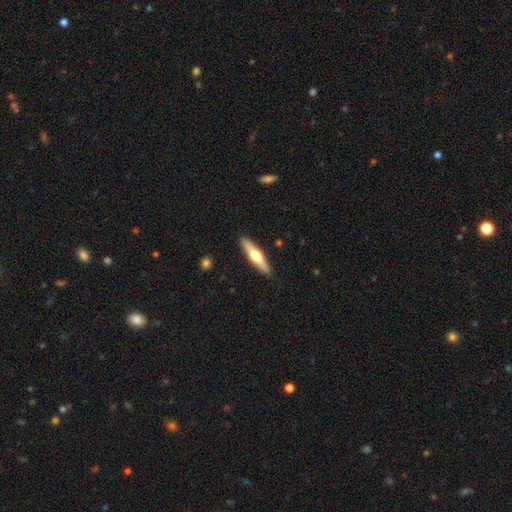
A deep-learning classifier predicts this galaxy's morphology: A featured or disk galaxy (51%) viewed edge-on (94%). Merging: none (90%).